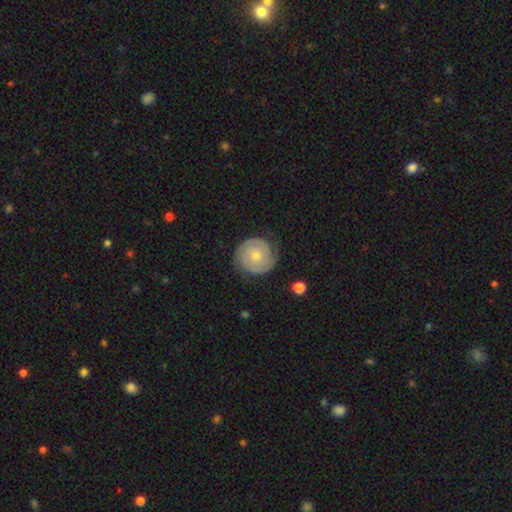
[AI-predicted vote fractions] This appears to be a featured or disk galaxy (70%) with no bar (81%), 2 (57%) tight (77%) spiral arms (91%) and a small central bulge (55%). Merging: none (82%).